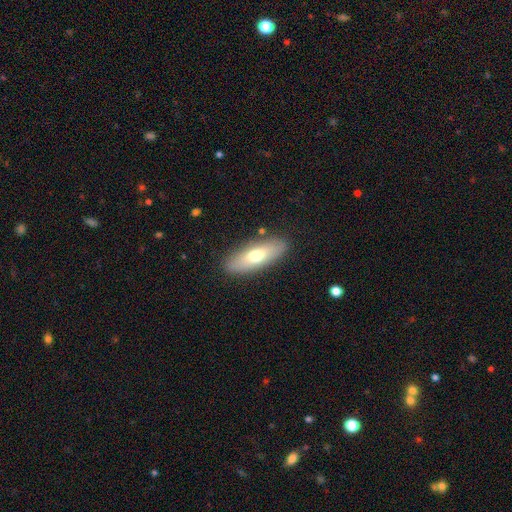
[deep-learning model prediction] A smooth galaxy with no disk features (65%) that is in between round and cigar-shaped (64%).

Vote fractions:
- Smooth or featured? smooth: 65% / featured or disk: 28% / star or artifact: 6%
- How rounded? in between: 64% / cigar-shaped: 33% / round: 3%
- Merging? none: 86% / minor disturbance: 10% / major disturbance: 2% / merger: 2%